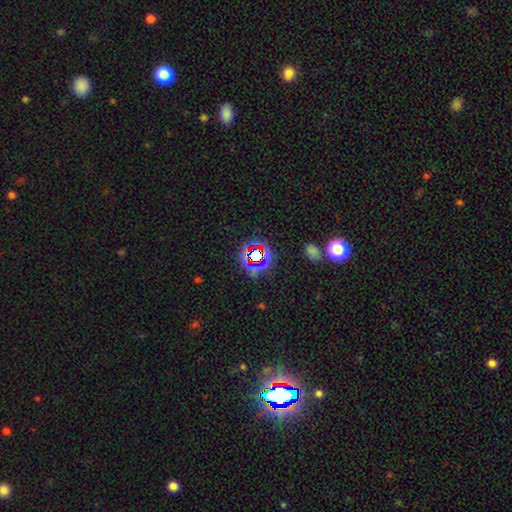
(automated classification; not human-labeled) The model was most divided on "smooth or featured": star or artifact: 72%, smooth: 18%, featured or disk: 10%.